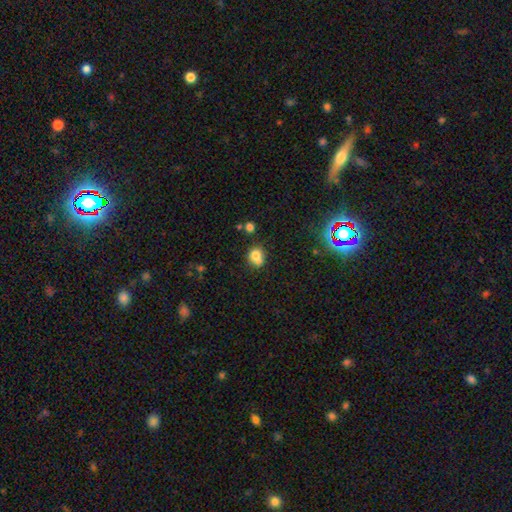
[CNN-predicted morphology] Smooth or featured: smooth — 74% (featured or disk — 14%)
How rounded: round — 73% (in between — 26%)
Merging: none — 42% (merger — 40%)